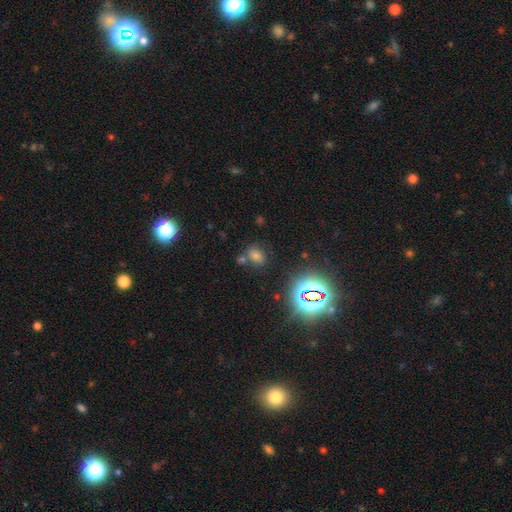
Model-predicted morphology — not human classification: Smooth or featured?
  - smooth: 57% *
  - star or artifact: 35%
  - featured or disk: 8%
How rounded?
  - in between: 66% *
  - round: 32%
  - cigar-shaped: 2%
Merging?
  - none: 69% *
  - merger: 15%
  - minor disturbance: 12%
  - major disturbance: 5%